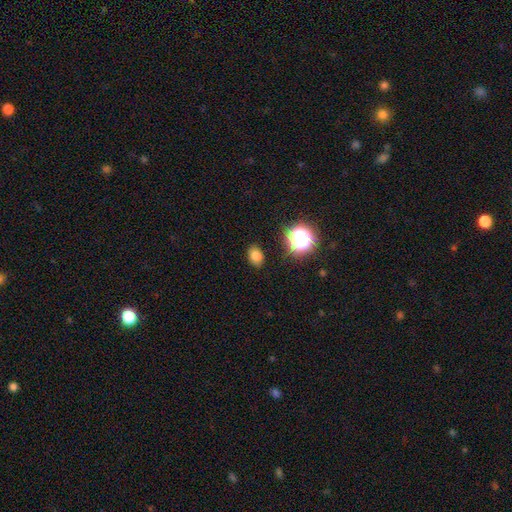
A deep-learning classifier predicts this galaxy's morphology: smooth-or-featured: smooth: 78% | star or artifact: 16% | featured or disk: 6%
  how-rounded: in between: 69% | round: 30% | cigar-shaped: 1%
  merging: none: 84% | minor disturbance: 11% | major disturbance: 3% | merger: 2%